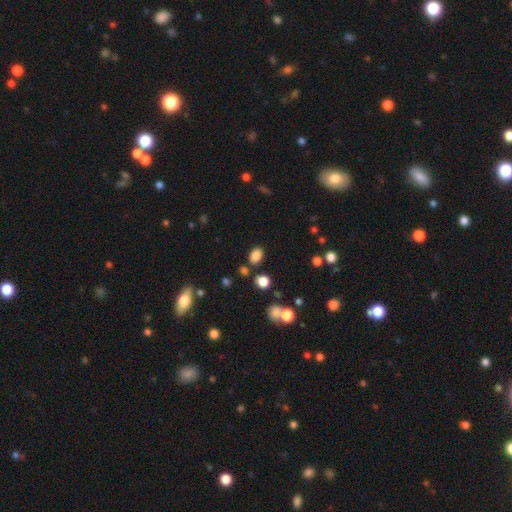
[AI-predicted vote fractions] Overall: smooth (83%). How rounded: in between (72%). Merging: none (80%).